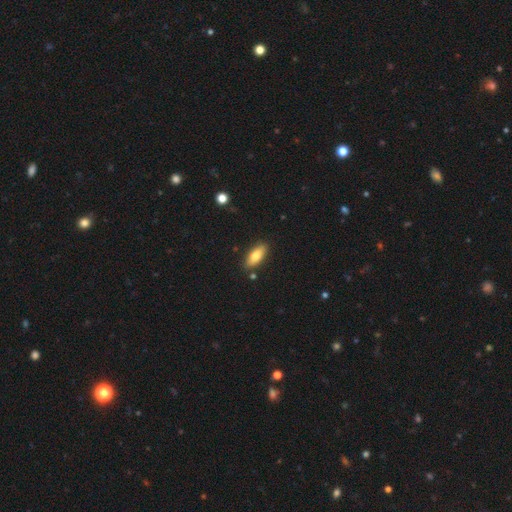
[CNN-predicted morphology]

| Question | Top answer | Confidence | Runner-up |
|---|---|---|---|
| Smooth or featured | smooth | 78% | featured or disk (16%) |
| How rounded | in between | 77% | cigar-shaped (21%) |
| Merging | none | 85% | minor disturbance (10%) |